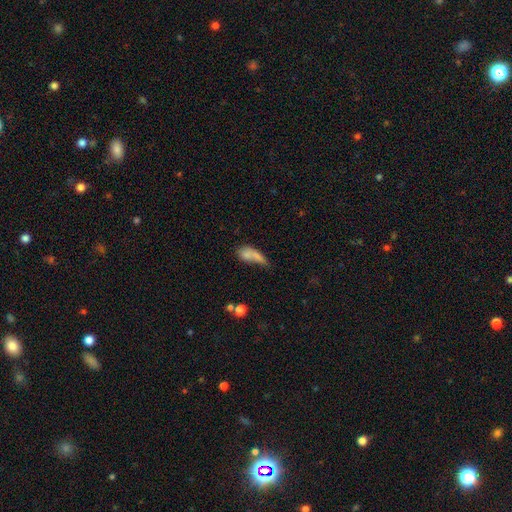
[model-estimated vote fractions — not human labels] Q: Smooth or featured?
A: smooth (67%); runner-up: featured or disk (21%)
Q: How rounded?
A: in between (65%); runner-up: cigar-shaped (26%)
Q: Merging?
A: merger (34%); runner-up: none (25%)